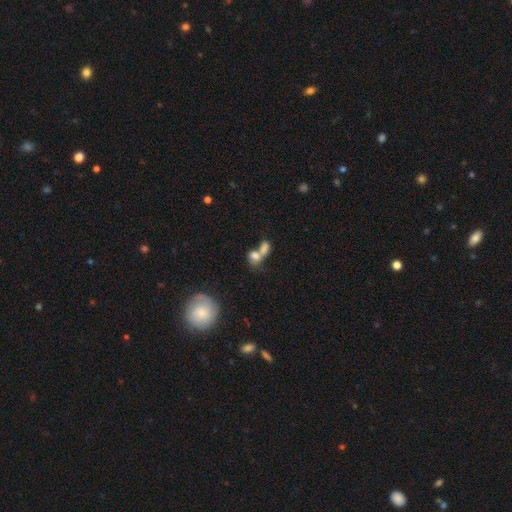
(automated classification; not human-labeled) Q: Smooth or featured?
A: smooth (74%); runner-up: featured or disk (15%)
Q: How rounded?
A: in between (66%); runner-up: round (30%)
Q: Merging?
A: merger (67%); runner-up: none (20%)